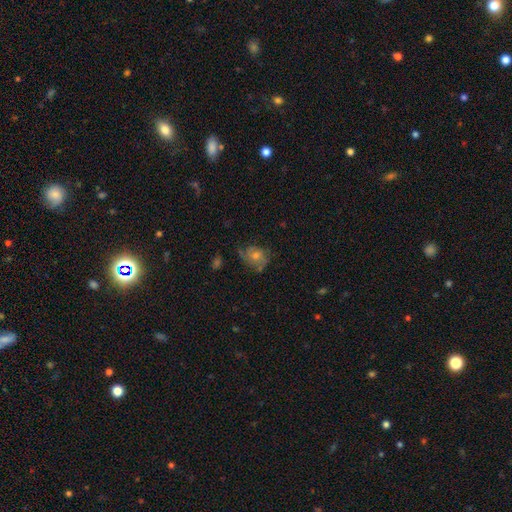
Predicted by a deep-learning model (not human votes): A featured or disk galaxy (54%) with no bar (82%), spiral arms (79%) and a moderate central bulge (57%).

Vote fractions:
- Smooth or featured? featured or disk: 54% / smooth: 29% / star or artifact: 16%
- Edge-on disk? no: 96% / yes: 4%
- Bar? no: 82% / weak: 16% / strong: 3%
- Spiral arms? yes: 79% / no: 21%
- Bulge size? moderate: 57% / small: 34% / large: 5% / none: 3% / dominant: 1%
- Merging? none: 63% / minor disturbance: 22% / major disturbance: 12% / merger: 2%